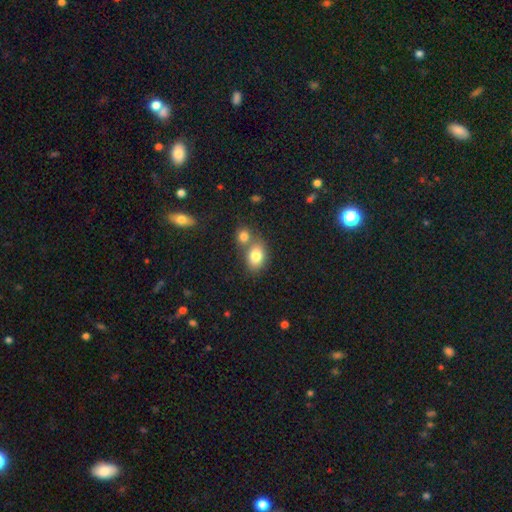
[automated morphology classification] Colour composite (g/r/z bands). It shows a smooth galaxy with no disk features (81%) that is in between round and cigar-shaped (68%). Merging: none (46%).